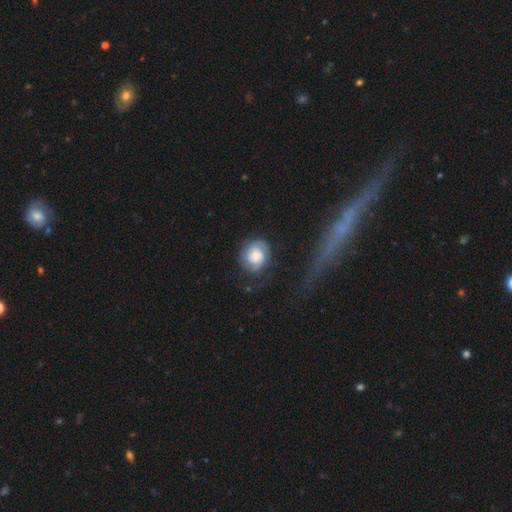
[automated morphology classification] type=featured or disk (67%); edge-on=no (98%); bar=no (72%); spiral arms=yes (93%); winding=tight (60%); arm count=2 (60%); bulge=moderate (34%); merging=none (65%).